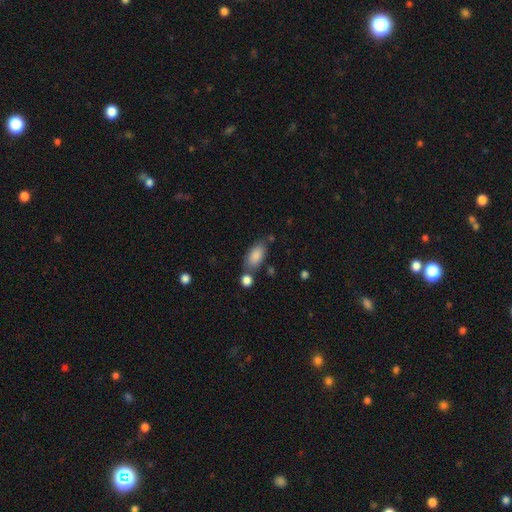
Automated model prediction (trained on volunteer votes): Overall: smooth (86%). How rounded: in between (90%). Merging: none (63%).